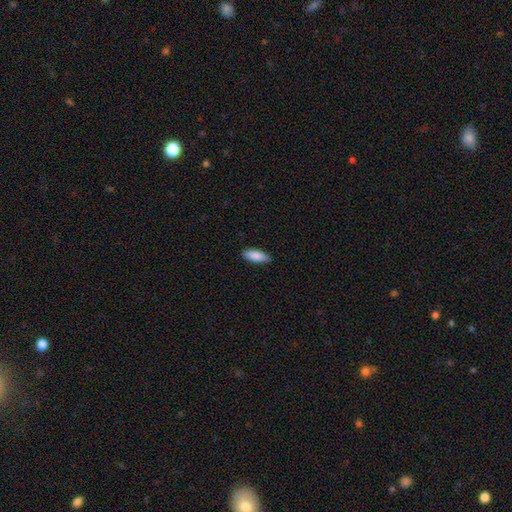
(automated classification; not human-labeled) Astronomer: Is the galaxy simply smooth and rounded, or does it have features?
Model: smooth — 88%.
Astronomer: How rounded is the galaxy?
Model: in between — 74%.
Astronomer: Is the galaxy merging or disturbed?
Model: none — 87%.